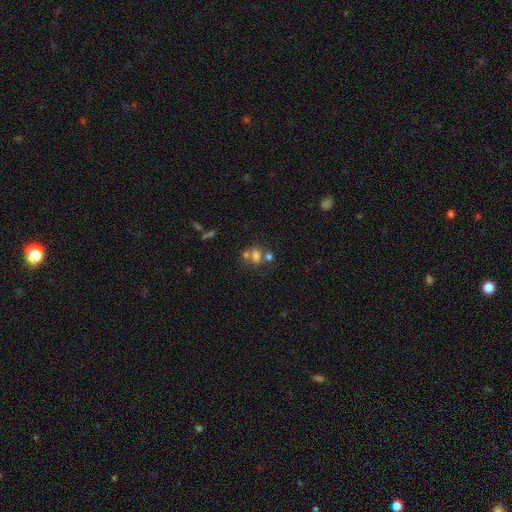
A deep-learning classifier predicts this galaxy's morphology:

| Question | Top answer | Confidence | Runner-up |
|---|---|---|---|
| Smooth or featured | smooth | 66% | star or artifact (17%) |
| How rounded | in between | 60% | round (38%) |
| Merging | merger | 44% | none (37%) |